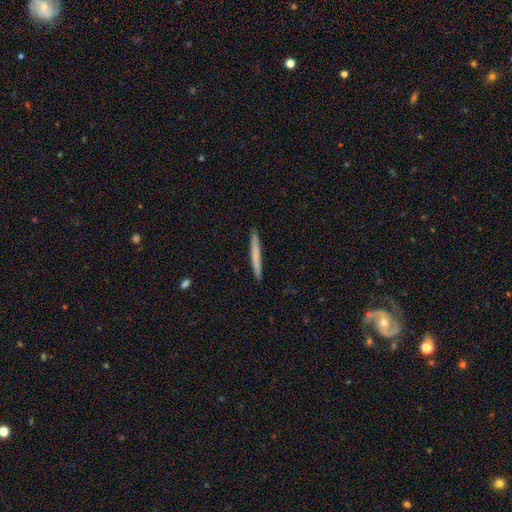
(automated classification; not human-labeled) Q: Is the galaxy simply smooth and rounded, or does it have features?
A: smooth — 68%.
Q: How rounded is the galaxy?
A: cigar-shaped — 97%.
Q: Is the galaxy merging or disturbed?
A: none — 93%.